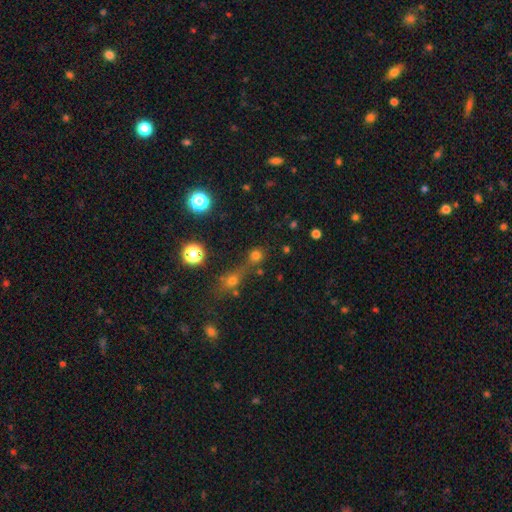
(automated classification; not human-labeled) This appears to be a smooth galaxy with no disk features (66%) that is round (87%). Merging: none (55%).